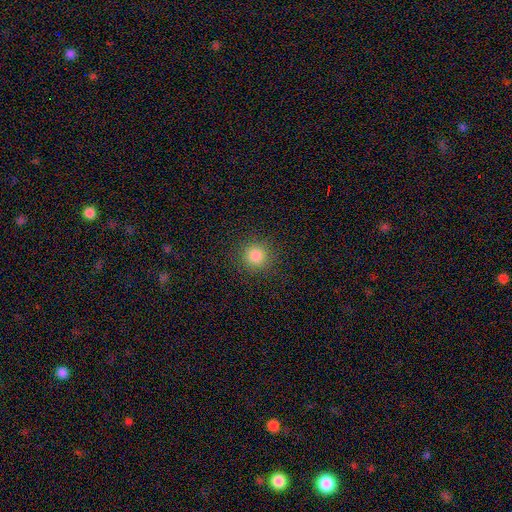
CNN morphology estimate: Smooth or featured?
  - smooth: 83% *
  - star or artifact: 13%
  - featured or disk: 5%
How rounded?
  - round: 94% *
  - in between: 5%
  - cigar-shaped: 1%
Merging?
  - none: 89% *
  - minor disturbance: 7%
  - major disturbance: 3%
  - merger: 1%